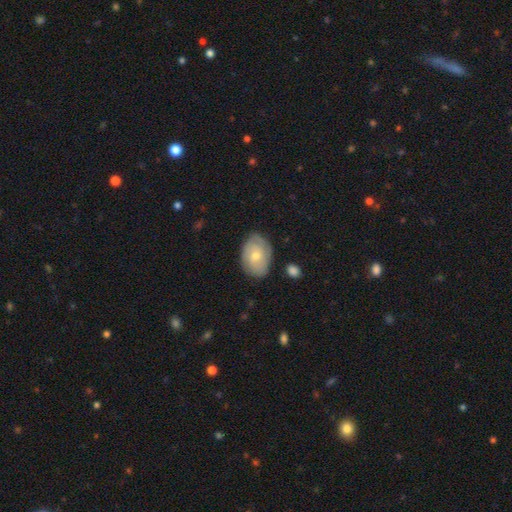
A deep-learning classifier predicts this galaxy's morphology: Smooth or featured?
  - smooth: 52% *
  - featured or disk: 42%
  - star or artifact: 6%
How rounded?
  - in between: 81% *
  - round: 17%
  - cigar-shaped: 1%
Merging?
  - none: 76% *
  - minor disturbance: 18%
  - major disturbance: 4%
  - merger: 2%